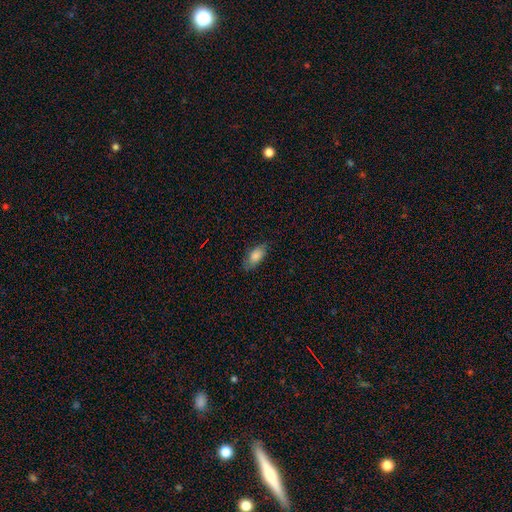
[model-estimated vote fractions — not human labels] This is clearly a smooth galaxy (80%). How rounded: clearly in between (86%). Merging: likely none (77%).